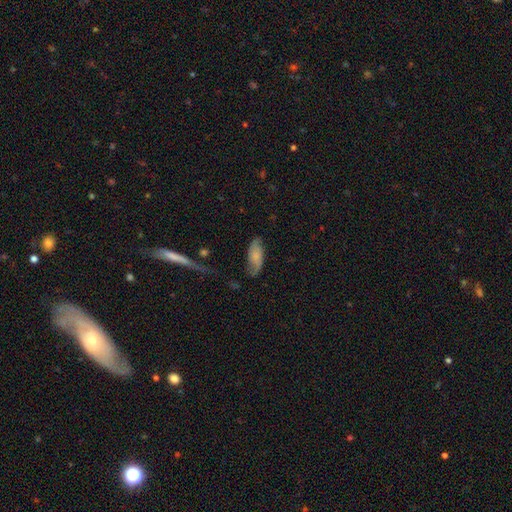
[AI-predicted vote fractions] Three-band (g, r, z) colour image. It shows a smooth galaxy with no disk features (53%) that is in between round and cigar-shaped (79%). Merging: none (66%).